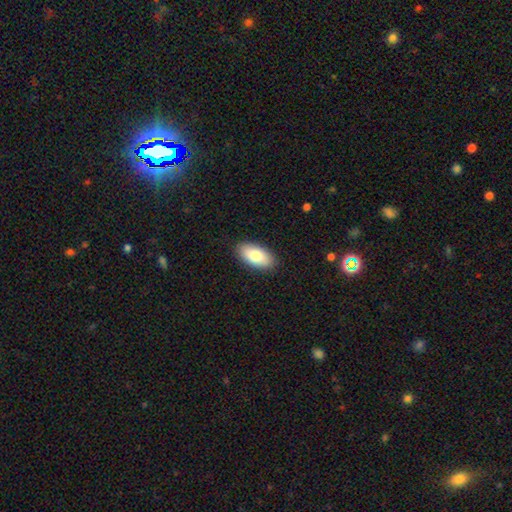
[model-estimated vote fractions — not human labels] smooth-or-featured: smooth: 84% | featured or disk: 11% | star or artifact: 6%
  how-rounded: in between: 94% | cigar-shaped: 4% | round: 2%
  merging: none: 88% | minor disturbance: 9% | major disturbance: 2% | merger: 1%